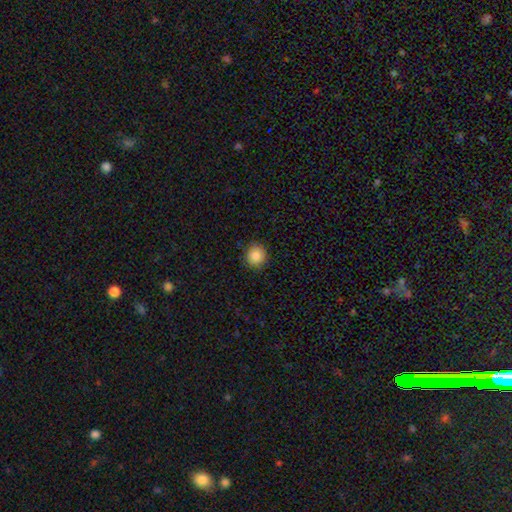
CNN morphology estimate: smooth-or-featured: smooth: 85% | star or artifact: 10% | featured or disk: 5%
  how-rounded: round: 89% | in between: 10% | cigar-shaped: 1%
  merging: none: 89% | minor disturbance: 8% | major disturbance: 2% | merger: 1%